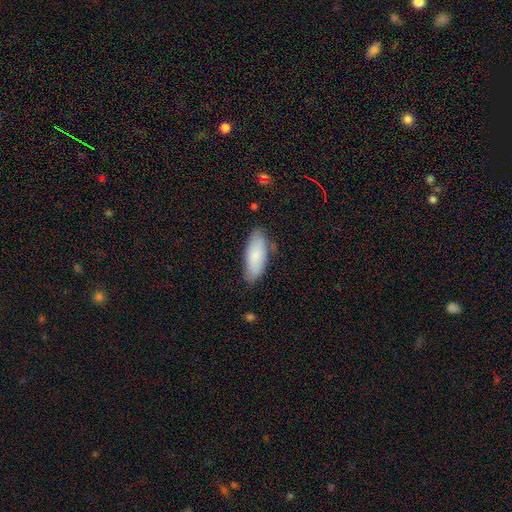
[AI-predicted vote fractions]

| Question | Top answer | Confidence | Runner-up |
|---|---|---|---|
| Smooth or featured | smooth | 83% | featured or disk (11%) |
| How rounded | in between | 75% | cigar-shaped (23%) |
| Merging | none | 79% | minor disturbance (16%) |